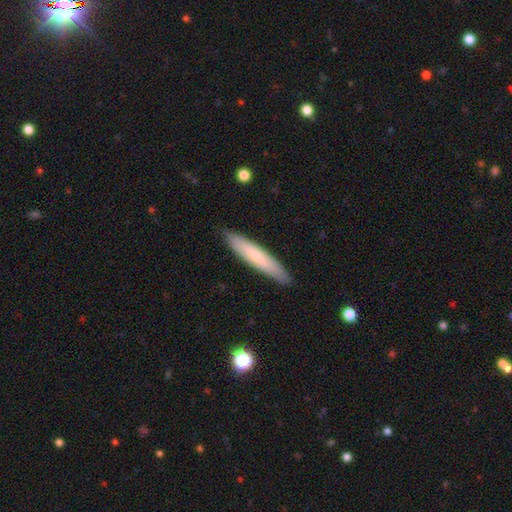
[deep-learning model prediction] Smooth or featured: smooth — 72% (featured or disk — 22%)
How rounded: cigar-shaped — 89% (in between — 10%)
Merging: none — 89% (minor disturbance — 8%)